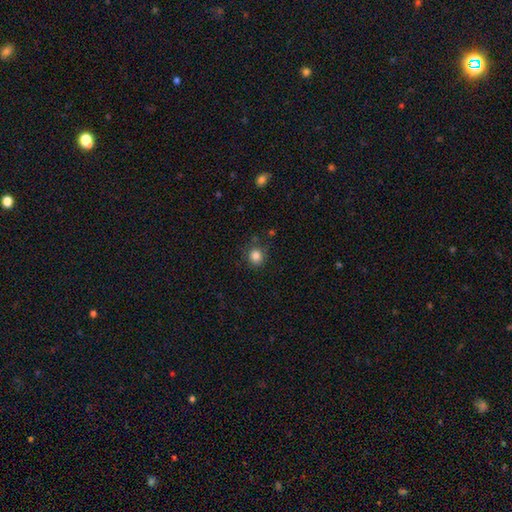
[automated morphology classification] A smooth galaxy with no disk features (84%) that is round (89%).

Vote fractions:
- Smooth or featured? smooth: 84% / star or artifact: 11% / featured or disk: 4%
- How rounded? round: 89% / in between: 11% / cigar-shaped: 1%
- Merging? none: 81% / minor disturbance: 12% / major disturbance: 4% / merger: 3%